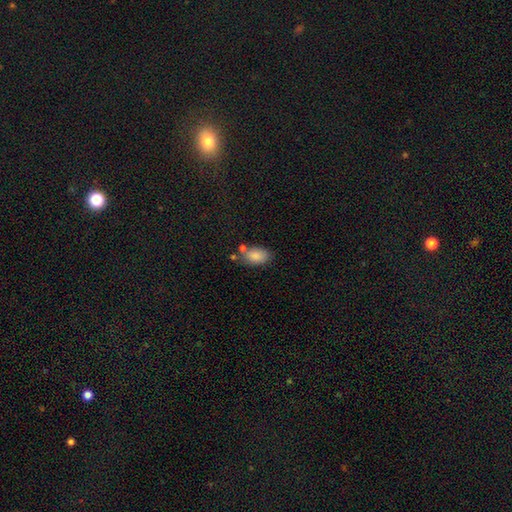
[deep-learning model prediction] Morphology: type=smooth (86%); roundness=in between (90%); merging=none (63%).